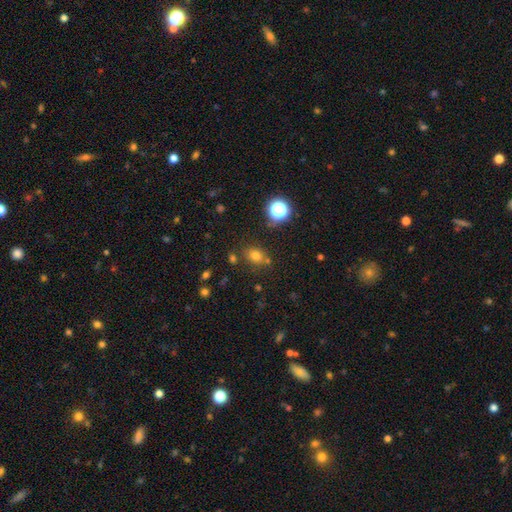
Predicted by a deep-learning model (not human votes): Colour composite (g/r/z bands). It shows a smooth galaxy with no disk features (70%) that is round (50%). Merging: none (74%).